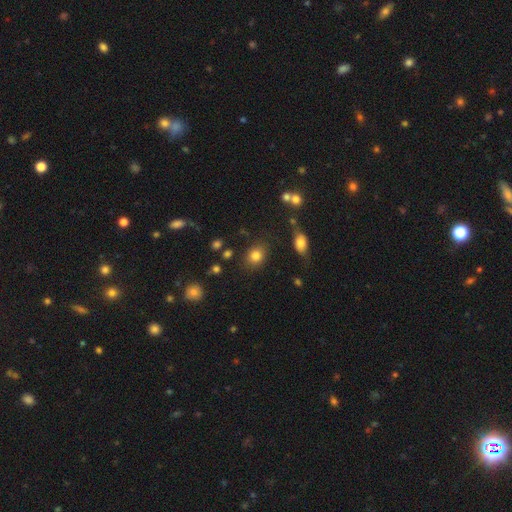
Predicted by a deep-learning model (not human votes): smooth_or_featured: smooth (p=0.81) [alt: star or artifact p=0.12]
how_rounded: round (p=0.51) [alt: in between p=0.47]
merging: none (p=0.81) [alt: minor disturbance p=0.11]